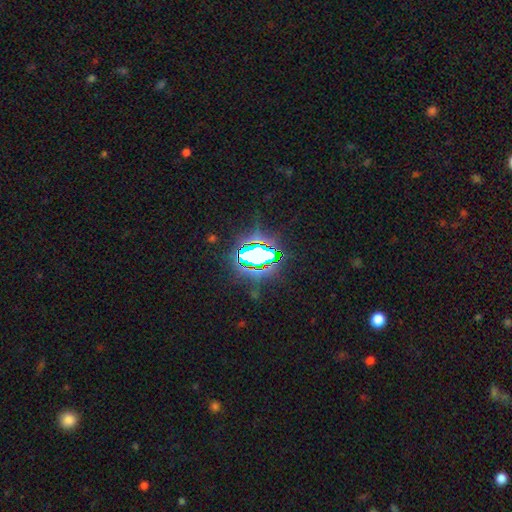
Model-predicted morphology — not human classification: star or artifact 71%, smooth 17%, featured or disk 12%.